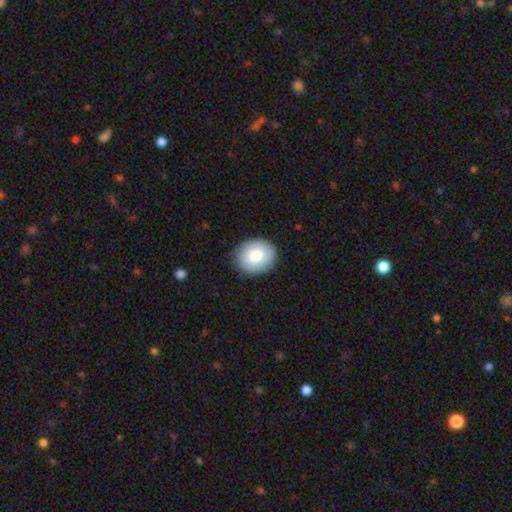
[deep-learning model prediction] Smooth or featured?
  - smooth: 77% *
  - featured or disk: 16%
  - star or artifact: 7%
How rounded?
  - round: 67% *
  - in between: 32%
  - cigar-shaped: 1%
Merging?
  - none: 87% *
  - minor disturbance: 10%
  - major disturbance: 2%
  - merger: 1%